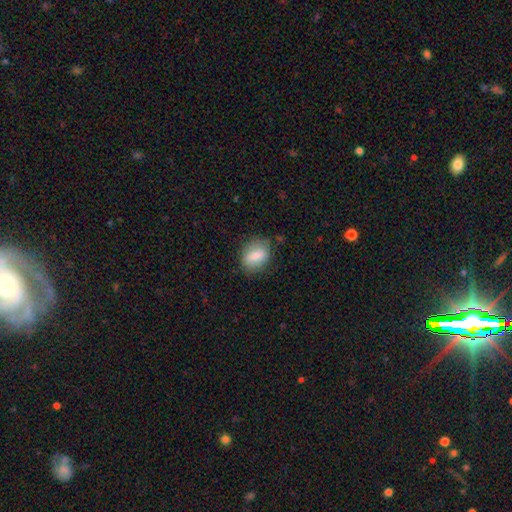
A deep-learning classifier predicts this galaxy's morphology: A smooth galaxy with no disk features (79%) that is in between round and cigar-shaped (74%).

Vote fractions:
- Smooth or featured? smooth: 79% / featured or disk: 13% / star or artifact: 8%
- How rounded? in between: 74% / round: 24% / cigar-shaped: 3%
- Merging? none: 74% / minor disturbance: 19% / major disturbance: 5% / merger: 2%